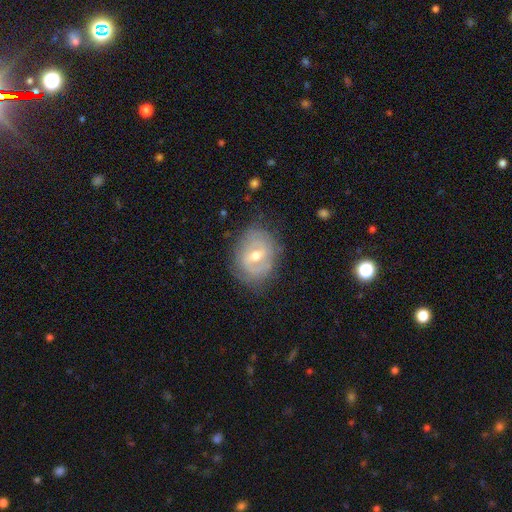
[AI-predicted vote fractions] Smooth or featured?
  - featured or disk: 72% *
  - smooth: 21%
  - star or artifact: 7%
Edge-on disk?
  - no: 96% *
  - yes: 4%
Bar?
  - weak: 51% *
  - no: 25%
  - strong: 24%
Spiral arms?
  - yes: 66% *
  - no: 34%
Bulge size?
  - moderate: 68% *
  - small: 27%
  - large: 3%
  - none: 1%
  - dominant: 1%
Merging?
  - none: 73% *
  - minor disturbance: 19%
  - major disturbance: 7%
  - merger: 1%